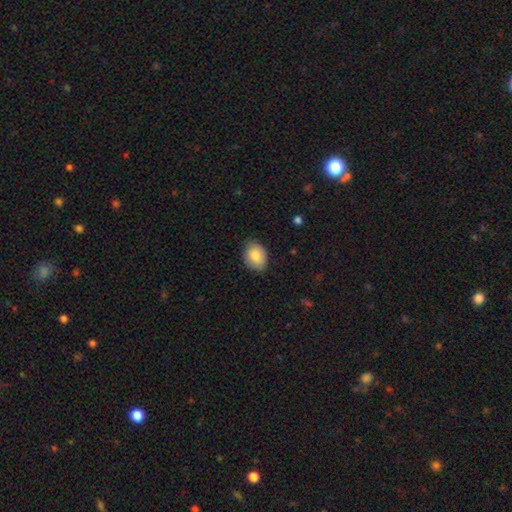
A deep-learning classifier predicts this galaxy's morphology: Smooth or featured?
  - smooth: 86% *
  - star or artifact: 7%
  - featured or disk: 7%
How rounded?
  - in between: 71% *
  - round: 28%
  - cigar-shaped: 1%
Merging?
  - none: 79% *
  - minor disturbance: 17%
  - major disturbance: 3%
  - merger: 1%